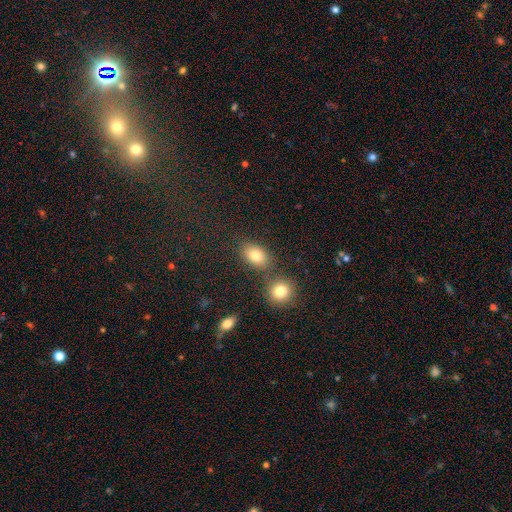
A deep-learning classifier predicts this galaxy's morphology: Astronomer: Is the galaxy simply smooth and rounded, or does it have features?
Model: smooth — 80%.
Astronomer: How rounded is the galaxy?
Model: in between — 76%.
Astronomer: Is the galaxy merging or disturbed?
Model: none — 70%.